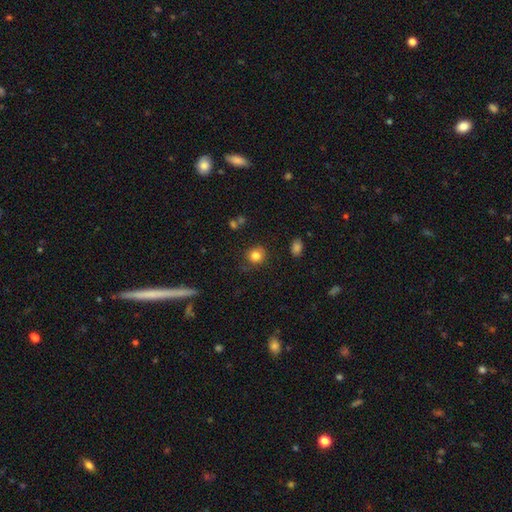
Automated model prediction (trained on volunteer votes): A smooth galaxy with no disk features (82%) that is round (87%). Merging: none (85%).